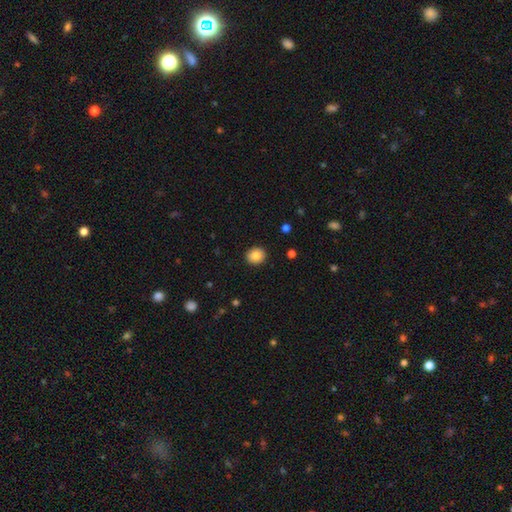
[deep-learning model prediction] Morphology: type=smooth (86%); roundness=round (81%); merging=none (91%).